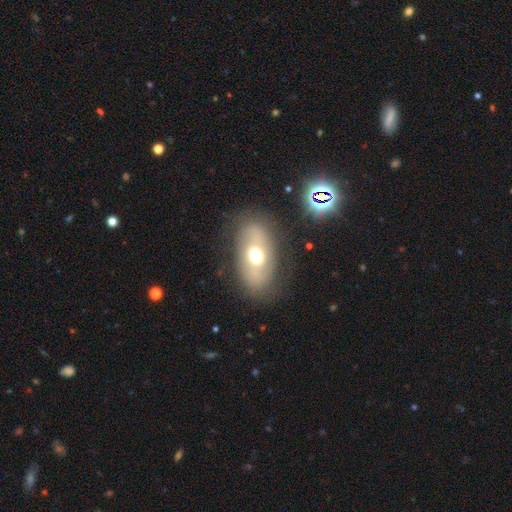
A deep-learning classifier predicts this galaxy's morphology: This is possibly a featured or disk galaxy (46%). Merging: likely none (75%).